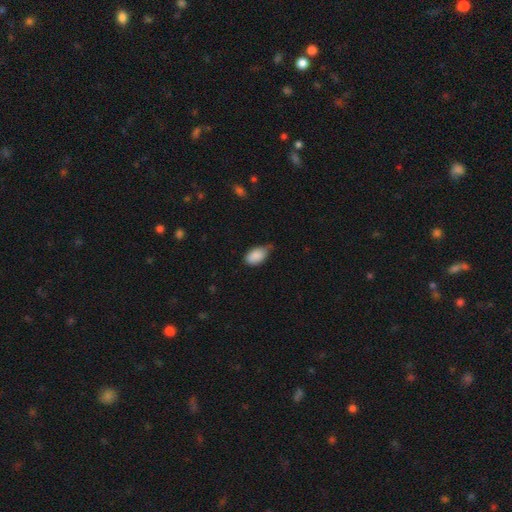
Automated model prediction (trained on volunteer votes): Smooth or featured: smooth — 87% (star or artifact — 7%)
How rounded: in between — 91% (round — 7%)
Merging: minor disturbance — 47% (none — 42%)